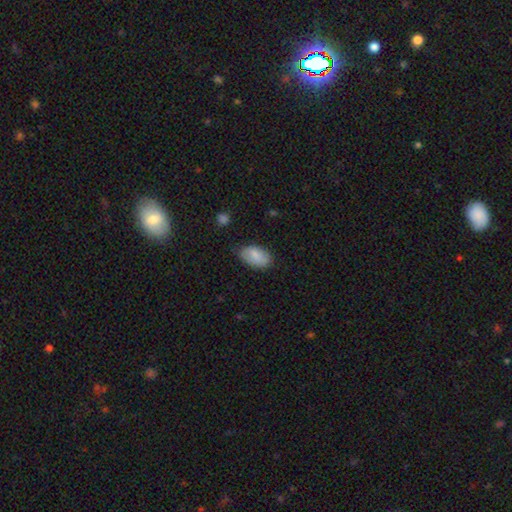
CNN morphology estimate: smooth_or_featured: smooth (p=0.80) [alt: featured or disk p=0.14]
how_rounded: in between (p=0.94) [alt: round p=0.04]
merging: none (p=0.74) [alt: minor disturbance p=0.21]